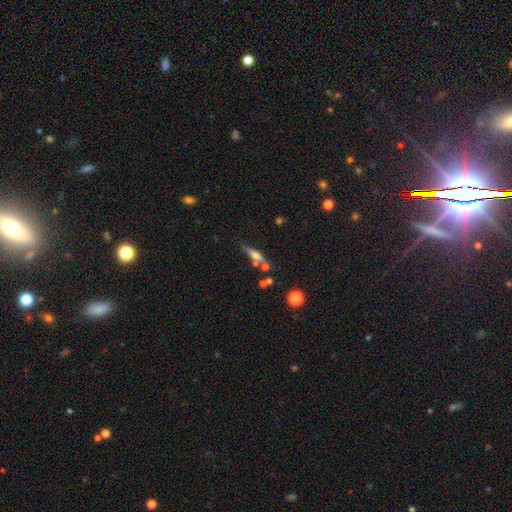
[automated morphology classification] Q: Smooth or featured?
A: featured or disk (51%); runner-up: smooth (39%)
Q: Edge-on disk?
A: yes (89%); runner-up: no (11%)
Q: Merging?
A: none (59%); runner-up: merger (18%)